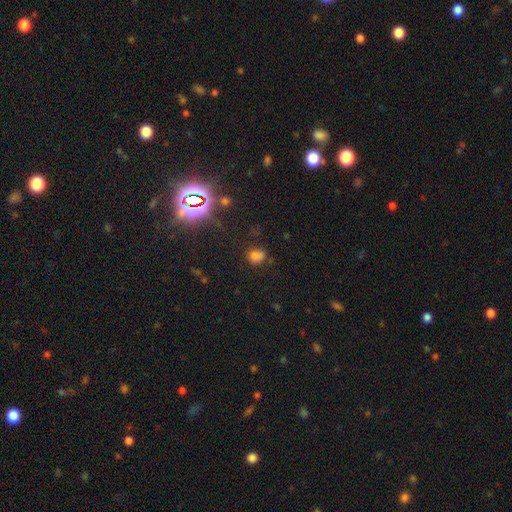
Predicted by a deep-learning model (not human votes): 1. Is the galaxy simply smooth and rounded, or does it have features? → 67% smooth, 26% star or artifact, 7% featured or disk.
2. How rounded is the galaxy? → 64% round, 35% in between, 1% cigar-shaped.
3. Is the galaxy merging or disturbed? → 68% none, 19% minor disturbance, 7% merger, 7% major disturbance.